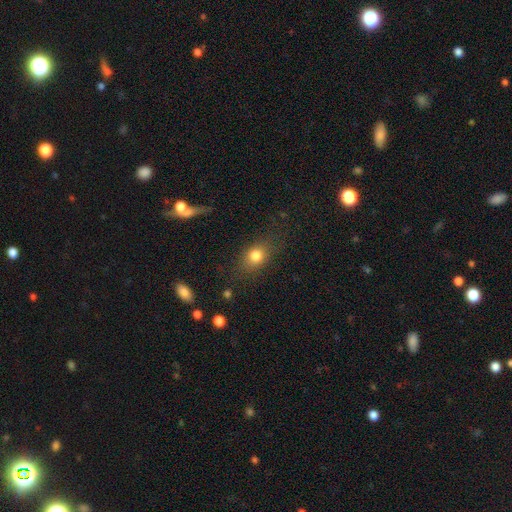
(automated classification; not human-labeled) smooth_or_featured: smooth (p=0.78) [alt: star or artifact p=0.11]
how_rounded: in between (p=0.55) [alt: round p=0.42]
merging: none (p=0.75) [alt: minor disturbance p=0.15]